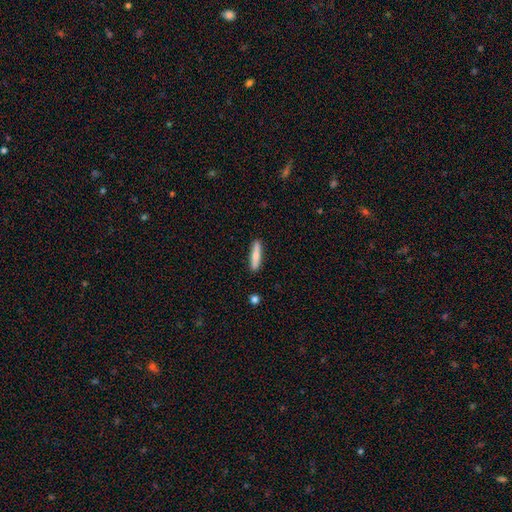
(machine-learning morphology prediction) smooth_or_featured: smooth (p=0.72) [alt: featured or disk p=0.23]
how_rounded: cigar-shaped (p=0.84) [alt: in between p=0.14]
merging: none (p=0.89) [alt: minor disturbance p=0.08]